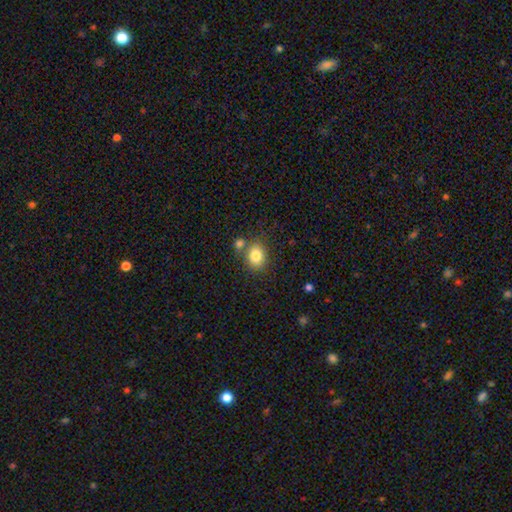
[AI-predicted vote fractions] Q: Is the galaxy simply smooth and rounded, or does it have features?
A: smooth — 82%.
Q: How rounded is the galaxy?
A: round — 55%.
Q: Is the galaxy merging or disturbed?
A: none — 66%.